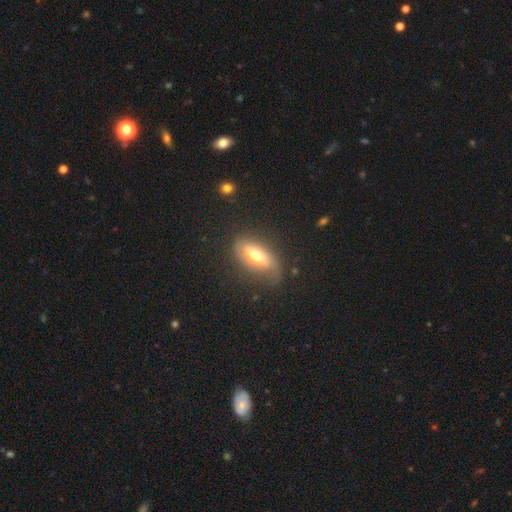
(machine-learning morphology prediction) Smooth or featured?
  - featured or disk: 47% *
  - smooth: 45%
  - star or artifact: 8%
Merging?
  - none: 63% *
  - minor disturbance: 24%
  - major disturbance: 11%
  - merger: 2%